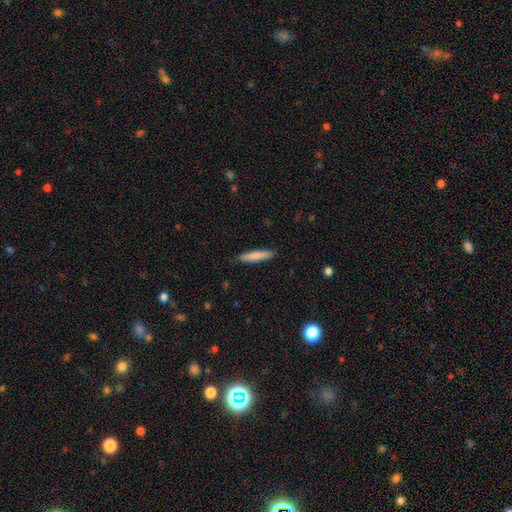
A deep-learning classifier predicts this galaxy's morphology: smooth 83%, featured or disk 11%, star or artifact 6%. Down the decision tree: how rounded — cigar-shaped (87%); merging — none (90%).